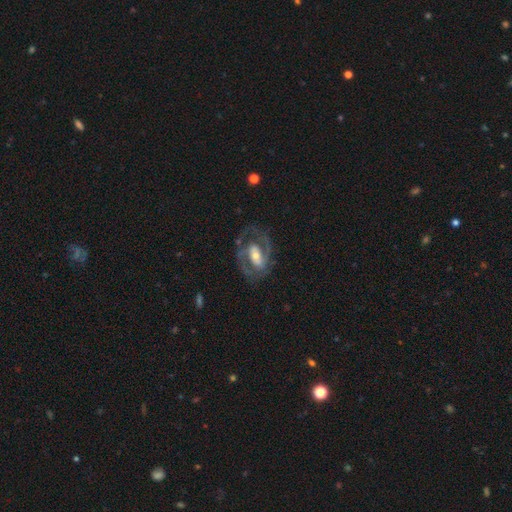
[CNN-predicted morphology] The model was most divided on "bar": strong: 37%, weak: 35%, no: 28%. Remaining: edge-on disk — no (96%); spiral arms — yes (83%); smooth or featured — featured or disk (81%); spiral arm count — 2 (79%); merging — none (67%); spiral winding — medium (50%); bulge size — moderate (50%).